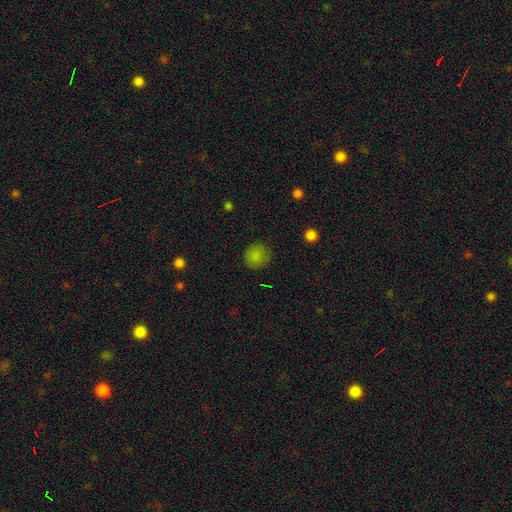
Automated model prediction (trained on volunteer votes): smooth 83%, star or artifact 12%, featured or disk 5%. Down the decision tree: how rounded — round (86%); merging — none (83%).